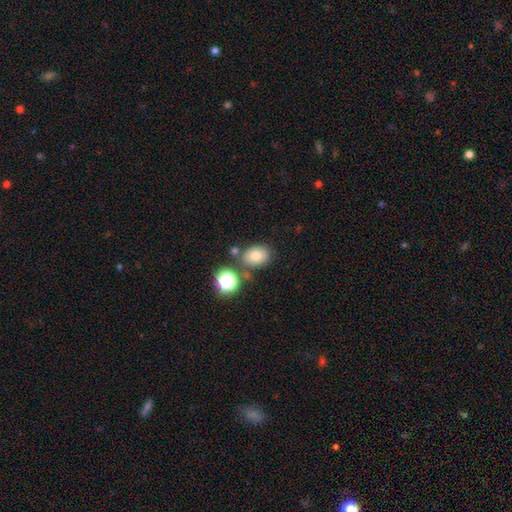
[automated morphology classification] smooth 73%, featured or disk 14%, star or artifact 13%. Down the decision tree: how rounded — in between (62%); merging — none (73%).